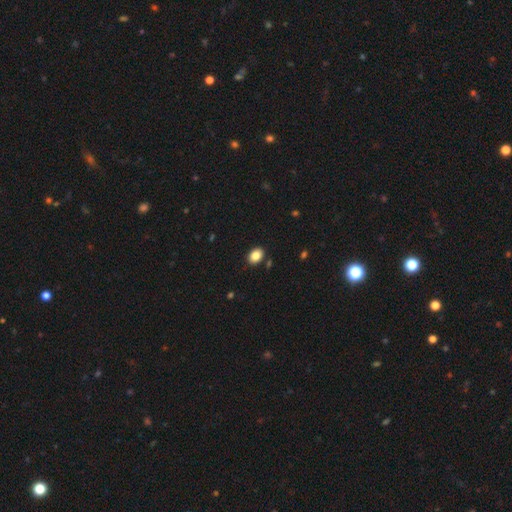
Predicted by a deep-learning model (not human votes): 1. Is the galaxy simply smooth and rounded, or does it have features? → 86% smooth, 9% star or artifact, 6% featured or disk.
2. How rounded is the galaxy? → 75% in between, 24% round, 1% cigar-shaped.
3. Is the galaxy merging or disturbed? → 87% none, 8% minor disturbance, 2% merger, 2% major disturbance.